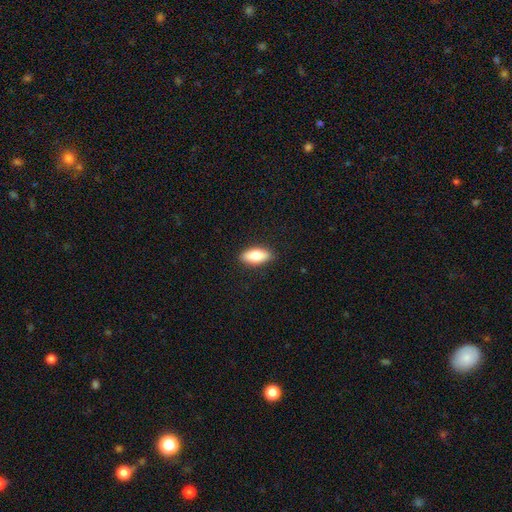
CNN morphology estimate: Smooth or featured?
  - smooth: 77% *
  - featured or disk: 16%
  - star or artifact: 6%
How rounded?
  - in between: 85% *
  - cigar-shaped: 12%
  - round: 3%
Merging?
  - none: 88% *
  - minor disturbance: 9%
  - major disturbance: 2%
  - merger: 1%